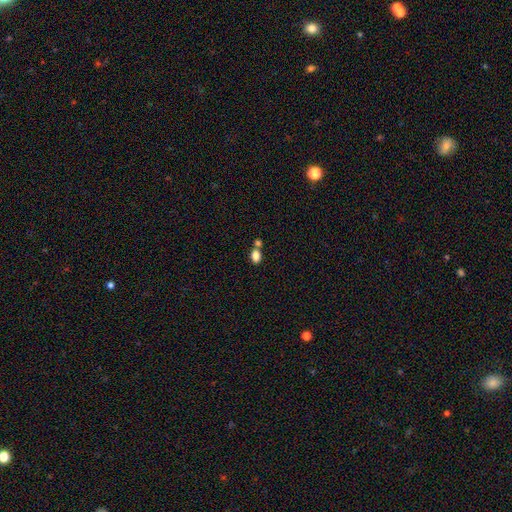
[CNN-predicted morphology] This is clearly a smooth galaxy (83%). How rounded: likely in between (77%). Merging: possibly none (52%).